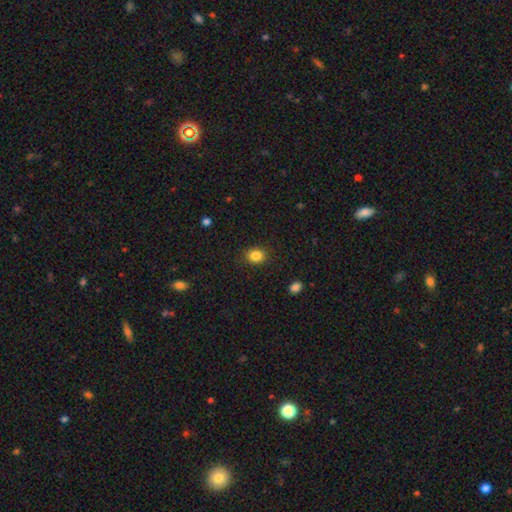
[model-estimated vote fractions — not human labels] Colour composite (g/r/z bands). It shows a smooth galaxy with no disk features (85%) that is round (58%). Merging: none (88%).